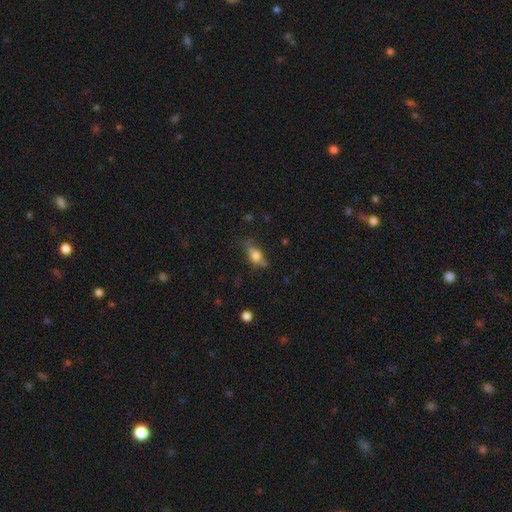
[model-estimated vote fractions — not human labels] The model was most divided on "merging": none: 49%, minor disturbance: 28%, major disturbance: 14%, merger: 10%. More confident: how rounded — in between (69%); smooth or featured — smooth (68%).